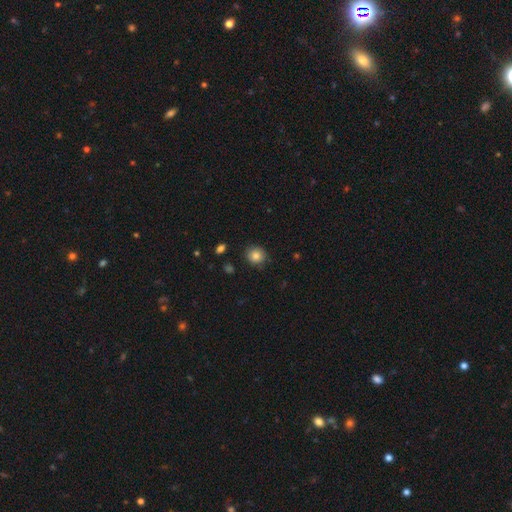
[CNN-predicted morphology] The model was most divided on "smooth or featured": smooth: 84%, star or artifact: 10%, featured or disk: 6%. More confident: how rounded — round (87%); merging — none (86%).